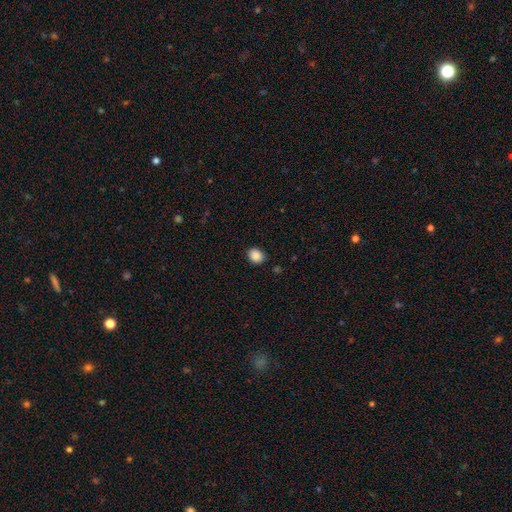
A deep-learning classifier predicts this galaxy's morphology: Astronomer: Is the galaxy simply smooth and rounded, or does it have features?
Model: smooth — 88%.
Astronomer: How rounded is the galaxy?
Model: round — 58% (runner-up: in between, 42%).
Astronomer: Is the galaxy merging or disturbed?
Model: none — 88%.